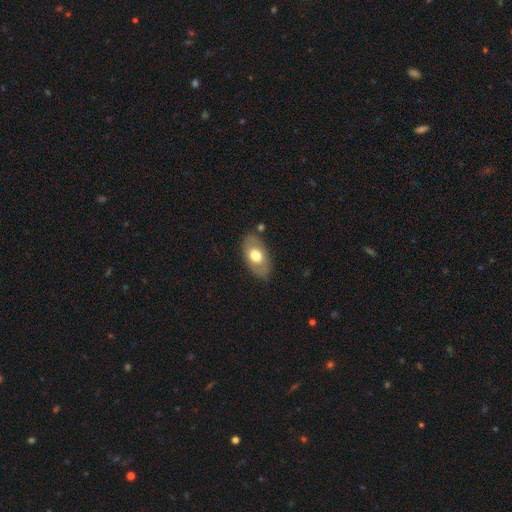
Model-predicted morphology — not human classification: type=smooth (60%); roundness=in between (91%); merging=none (79%).